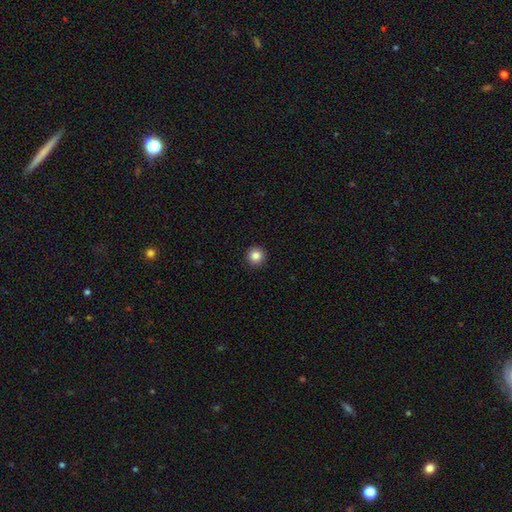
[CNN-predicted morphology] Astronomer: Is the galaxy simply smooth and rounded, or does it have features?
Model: smooth — 85%.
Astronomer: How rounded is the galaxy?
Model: round — 96%.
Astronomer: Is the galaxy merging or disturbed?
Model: none — 94%.